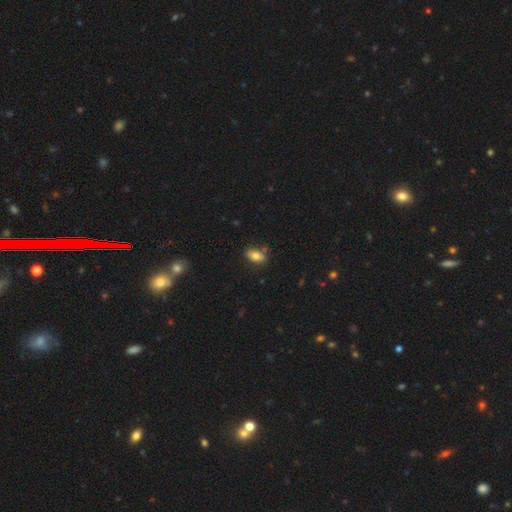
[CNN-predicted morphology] Overall: smooth (76%). How rounded: in between (88%). Merging: none (76%).